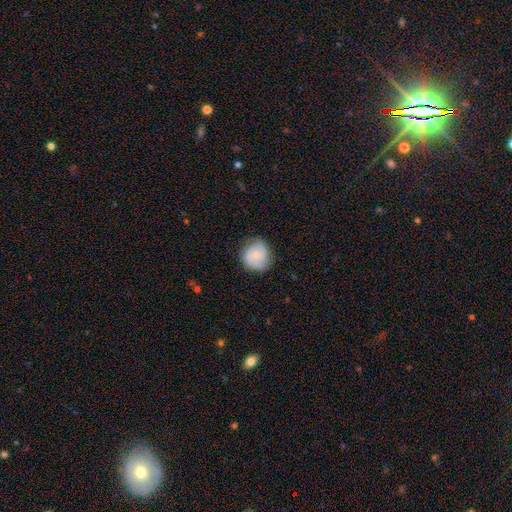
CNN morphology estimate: type=featured or disk (49%); merging=none (74%).